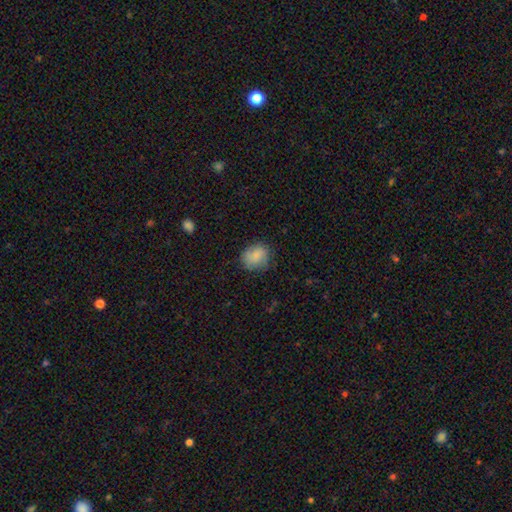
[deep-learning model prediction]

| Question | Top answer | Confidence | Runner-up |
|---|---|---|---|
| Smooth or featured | smooth | 84% | star or artifact (8%) |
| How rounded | round | 63% | in between (36%) |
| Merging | none | 74% | minor disturbance (19%) |